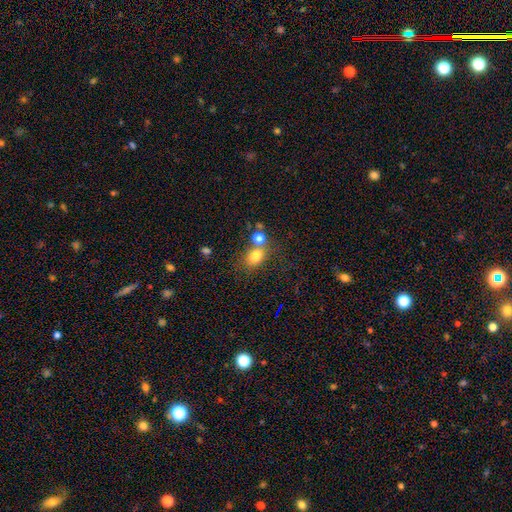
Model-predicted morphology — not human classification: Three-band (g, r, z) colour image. It shows a smooth galaxy with no disk features (77%) that is in between round and cigar-shaped (59%). Merging: none (54%).